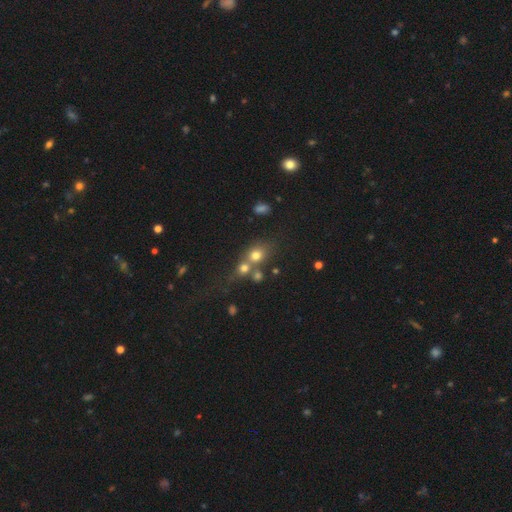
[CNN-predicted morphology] This is likely a smooth galaxy (69%). How rounded: likely round (72%). Merging: possibly merger (47%).